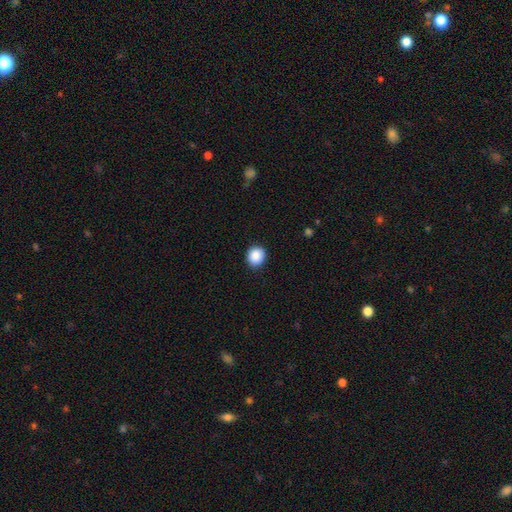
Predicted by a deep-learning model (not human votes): smooth-or-featured: smooth: 89% | star or artifact: 8% | featured or disk: 3%
  how-rounded: round: 83% | in between: 16% | cigar-shaped: 1%
  merging: none: 90% | minor disturbance: 7% | major disturbance: 2% | merger: 1%